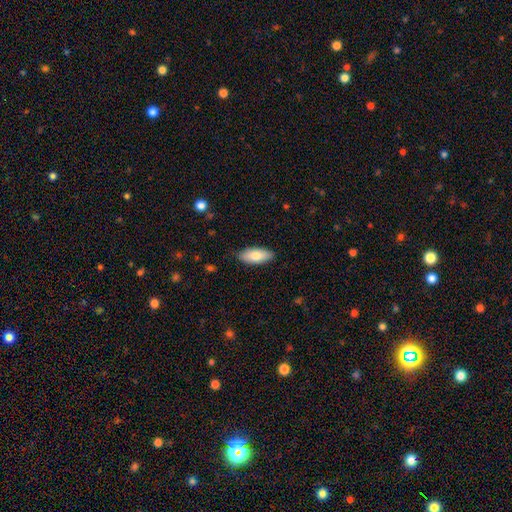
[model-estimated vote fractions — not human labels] smooth_or_featured: smooth (p=0.79) [alt: featured or disk p=0.15]
how_rounded: in between (p=0.84) [alt: cigar-shaped p=0.14]
merging: none (p=0.85) [alt: minor disturbance p=0.12]